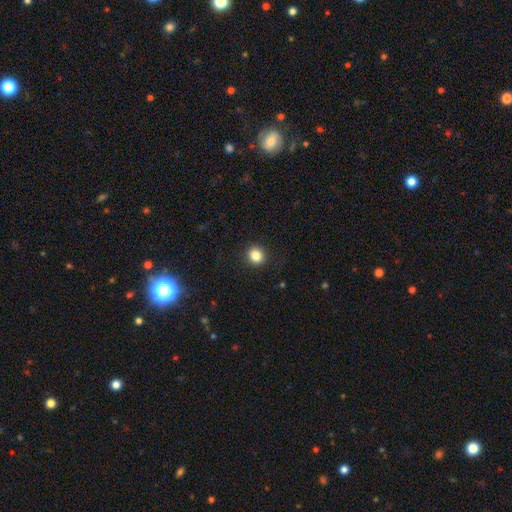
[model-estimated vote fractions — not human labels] This appears to be a smooth galaxy with no disk features (84%) that is round (83%). Merging: none (90%).